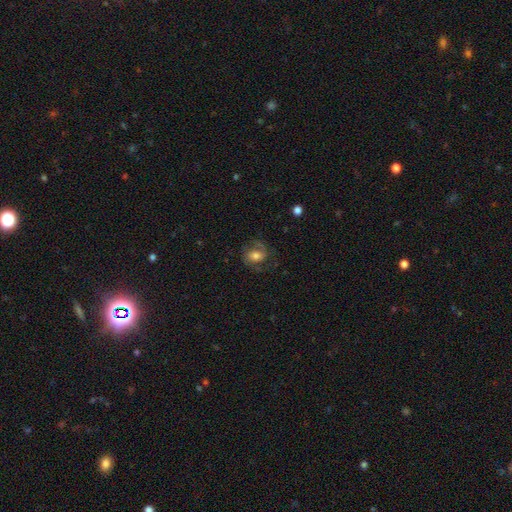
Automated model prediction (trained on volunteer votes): Smooth or featured?
  - featured or disk: 51% *
  - smooth: 40%
  - star or artifact: 9%
Edge-on disk?
  - no: 96% *
  - yes: 4%
Merging?
  - none: 65% *
  - minor disturbance: 19%
  - major disturbance: 14%
  - merger: 1%